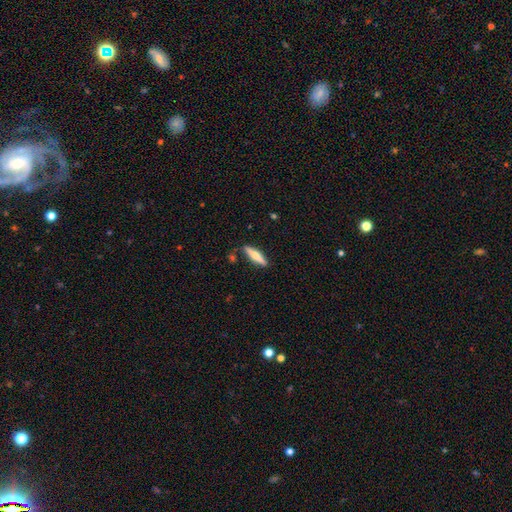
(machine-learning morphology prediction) A smooth galaxy with no disk features (53%) that is cigar-shaped (76%). Merging: none (83%).